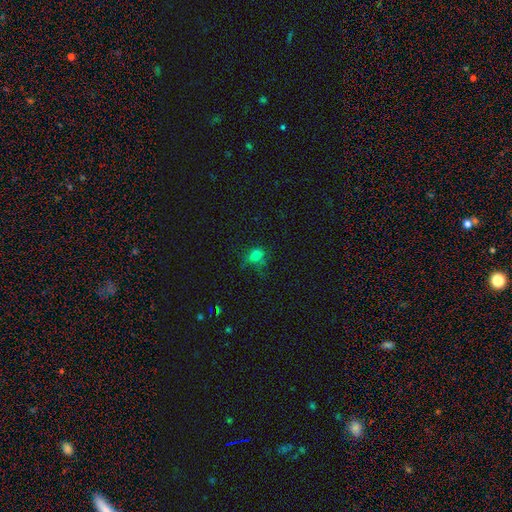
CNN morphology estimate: The model was most divided on "how rounded": in between: 60%, round: 38%, cigar-shaped: 2%. More confident: smooth or featured — smooth (70%); merging — none (53%).